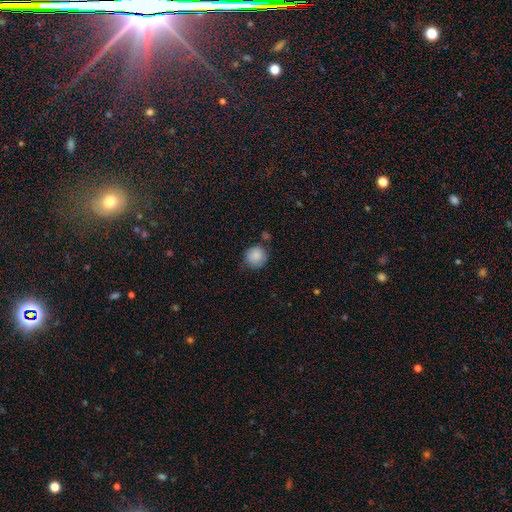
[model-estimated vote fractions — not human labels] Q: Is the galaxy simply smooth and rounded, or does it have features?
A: smooth — 88%.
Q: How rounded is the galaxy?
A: round — 90%.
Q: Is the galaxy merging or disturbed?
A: none — 71%.